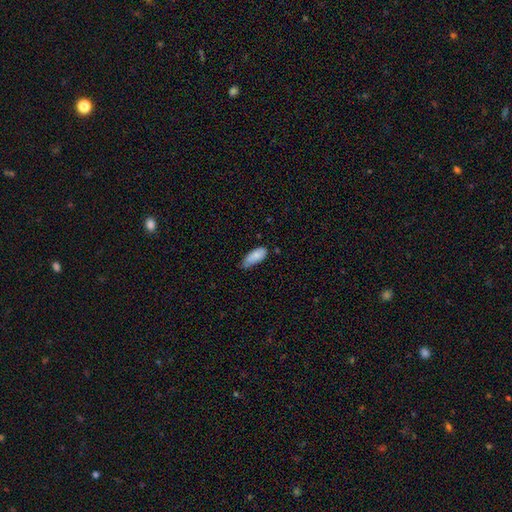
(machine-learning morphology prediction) smooth_or_featured: smooth (p=0.83) [alt: featured or disk p=0.11]
how_rounded: in between (p=0.85) [alt: cigar-shaped p=0.13]
merging: none (p=0.48) [alt: minor disturbance p=0.43]